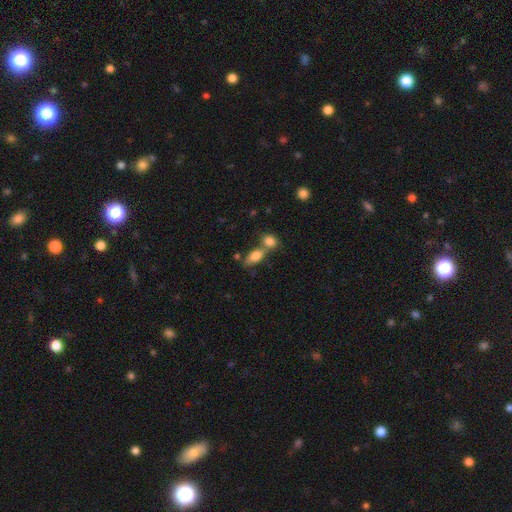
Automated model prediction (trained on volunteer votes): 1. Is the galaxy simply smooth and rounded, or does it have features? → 79% smooth, 13% featured or disk, 9% star or artifact.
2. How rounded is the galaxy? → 82% in between, 9% cigar-shaped, 9% round.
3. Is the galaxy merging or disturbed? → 47% merger, 39% none, 10% minor disturbance, 4% major disturbance.